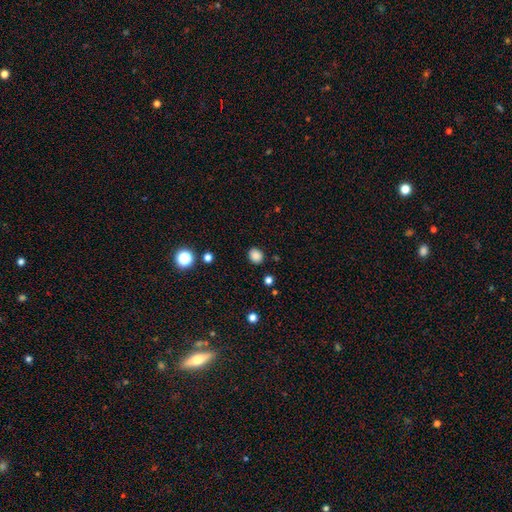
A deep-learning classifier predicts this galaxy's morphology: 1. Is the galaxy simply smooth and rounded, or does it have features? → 85% smooth, 12% star or artifact, 3% featured or disk.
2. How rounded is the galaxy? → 60% round, 39% in between, 1% cigar-shaped.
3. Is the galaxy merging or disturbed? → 88% none, 8% minor disturbance, 2% major disturbance, 2% merger.